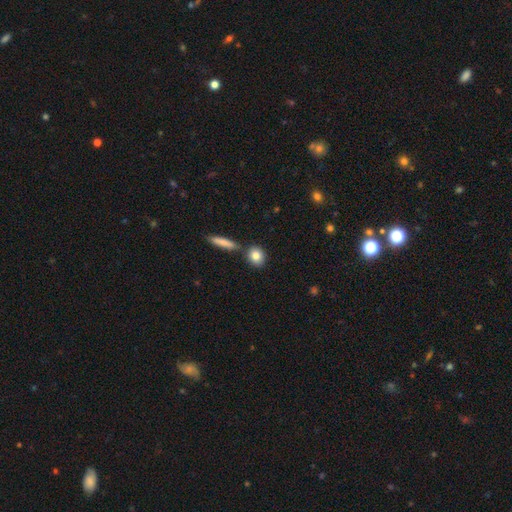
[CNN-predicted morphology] This appears to be a smooth galaxy with no disk features (82%) that is round (64%). Merging: none (75%).